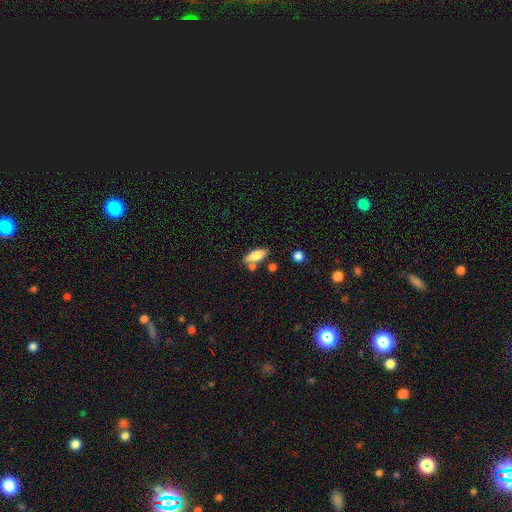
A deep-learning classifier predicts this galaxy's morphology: type=smooth (79%); roundness=in between (72%); merging=none (66%).